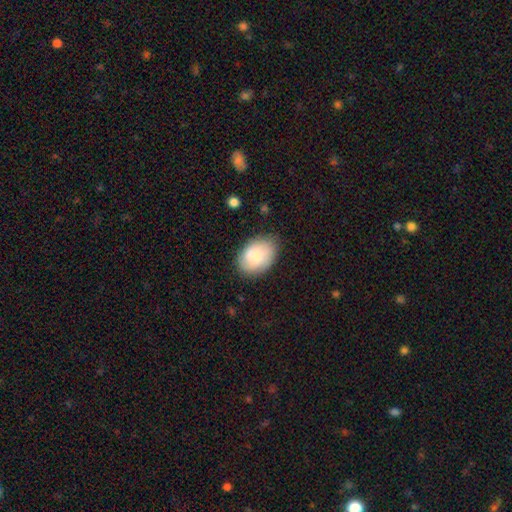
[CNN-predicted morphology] This is likely a smooth galaxy (75%). How rounded: clearly in between (83%). Merging: likely none (74%).